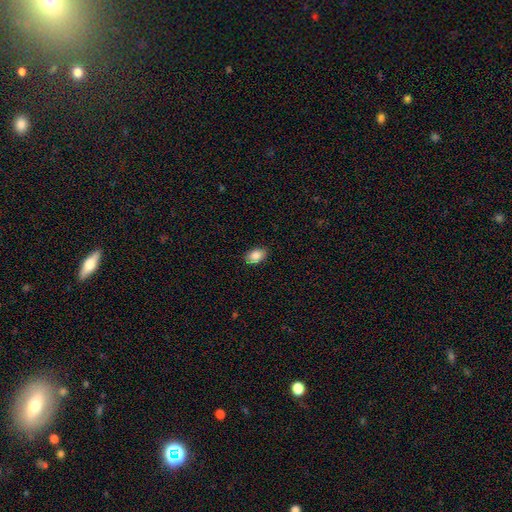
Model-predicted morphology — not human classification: The model was most divided on "how rounded": in between: 87%, round: 12%, cigar-shaped: 1%. More confident: smooth or featured — smooth (87%); merging — none (86%).